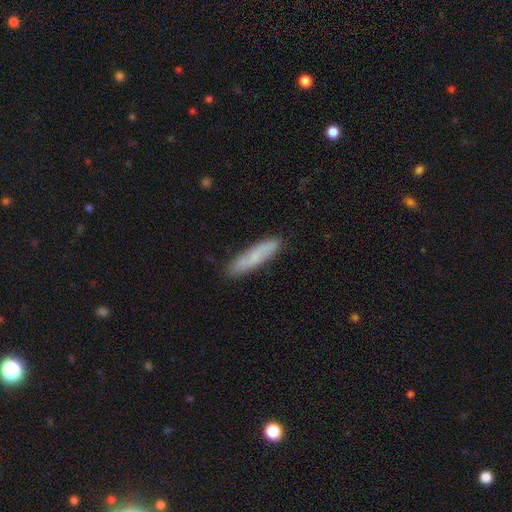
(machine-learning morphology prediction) smooth_or_featured: smooth (p=0.66) [alt: featured or disk p=0.27]
how_rounded: cigar-shaped (p=0.81) [alt: in between p=0.18]
merging: none (p=0.85) [alt: minor disturbance p=0.11]